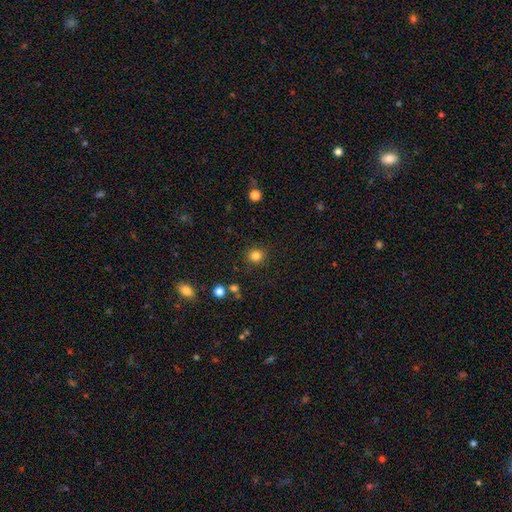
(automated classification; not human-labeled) Smooth or featured?
  - smooth: 83% *
  - star or artifact: 12%
  - featured or disk: 5%
How rounded?
  - round: 88% *
  - in between: 11%
  - cigar-shaped: 1%
Merging?
  - none: 88% *
  - minor disturbance: 7%
  - major disturbance: 3%
  - merger: 2%